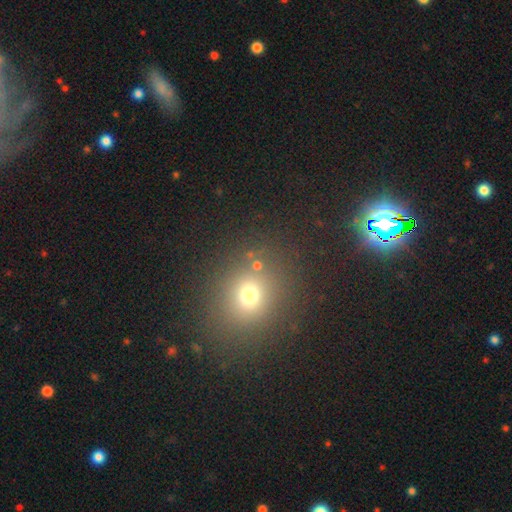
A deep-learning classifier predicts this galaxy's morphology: Smooth or featured? Predicted: smooth (p=0.57). How rounded? Predicted: round (p=0.75). Merging? Predicted: none (p=0.81).